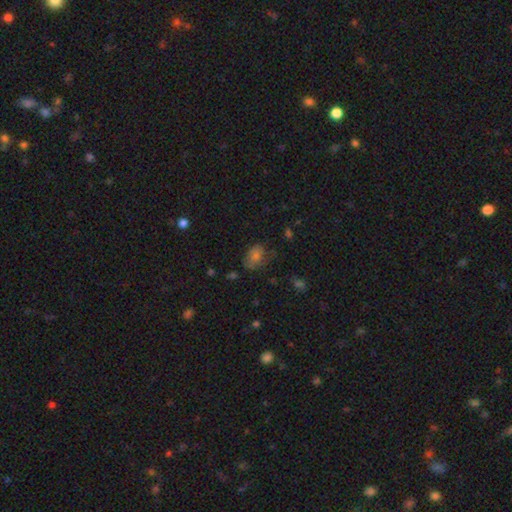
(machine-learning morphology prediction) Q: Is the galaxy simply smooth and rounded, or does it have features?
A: smooth — 71%.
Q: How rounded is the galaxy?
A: in between — 79%.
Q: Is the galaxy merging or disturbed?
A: none — 57%.